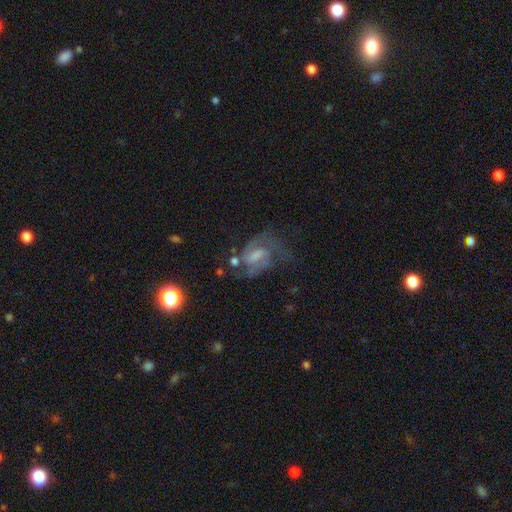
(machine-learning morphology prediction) Overall: featured or disk (76%). Edge-on disk: no (97%). Bar: weak (54%; no 26%). Spiral arms: yes (90%). Spiral arm count: 2 (65%). Spiral winding: medium (52%; tight 26%). Bulge size: small (35%; moderate 31%). Merging: none (50%; major disturbance 23%).